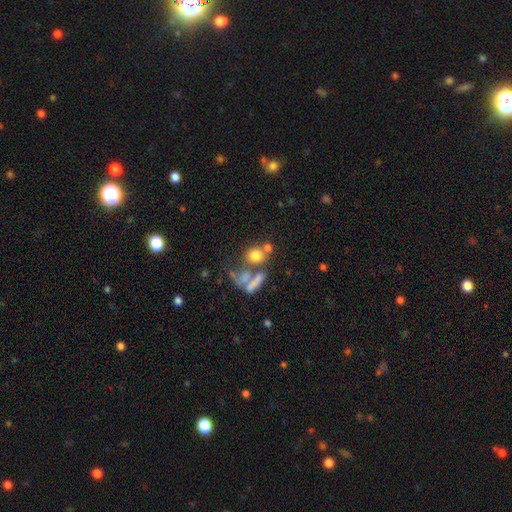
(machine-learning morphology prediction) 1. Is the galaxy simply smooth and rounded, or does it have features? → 71% smooth, 15% featured or disk, 13% star or artifact.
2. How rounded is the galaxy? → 71% round, 25% in between, 4% cigar-shaped.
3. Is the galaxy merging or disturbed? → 45% none, 35% merger, 11% minor disturbance, 9% major disturbance.